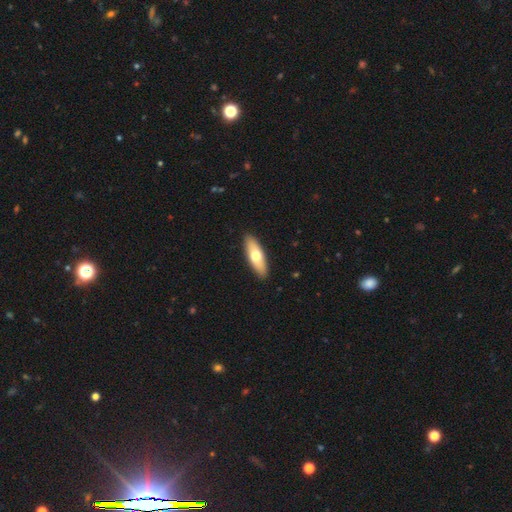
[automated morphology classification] Smooth or featured: smooth — 64% (featured or disk — 31%)
How rounded: in between — 59% (cigar-shaped — 39%)
Merging: none — 90% (minor disturbance — 7%)